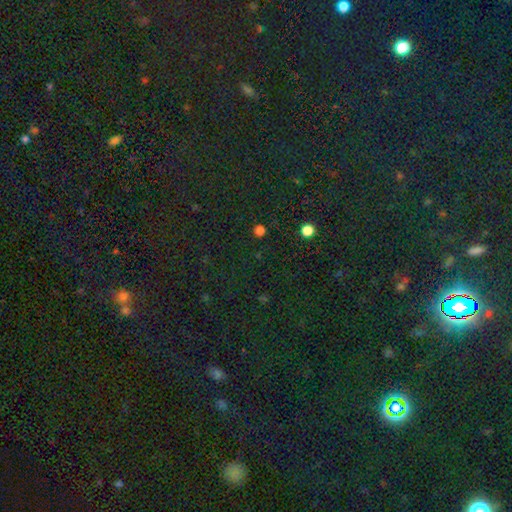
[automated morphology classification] star or artifact 77%, smooth 16%, featured or disk 7%.